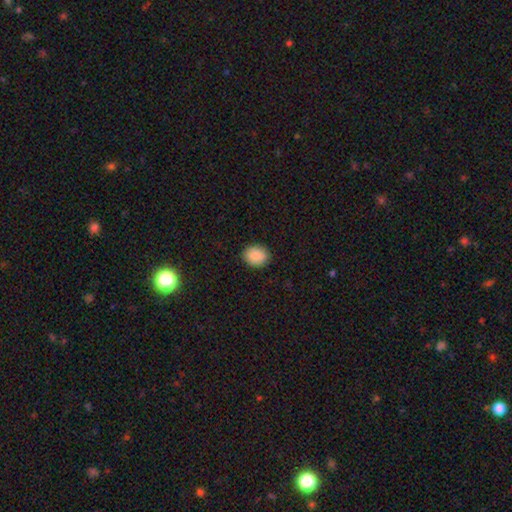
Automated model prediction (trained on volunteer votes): This appears to be a smooth galaxy with no disk features (88%) that is round (53%). Merging: none (90%).